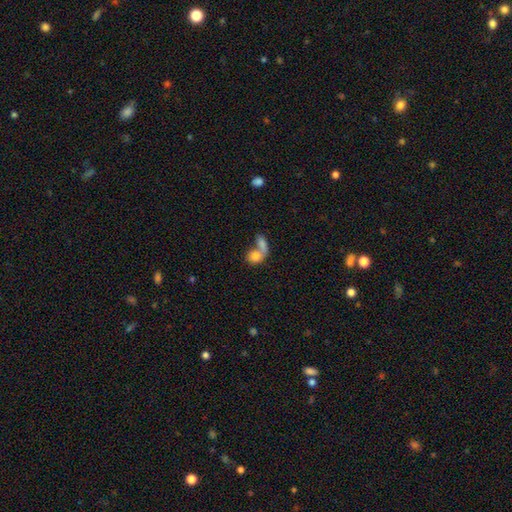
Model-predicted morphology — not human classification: Overall: smooth (78%). How rounded: in between (58%; round 39%). Merging: merger (68%).